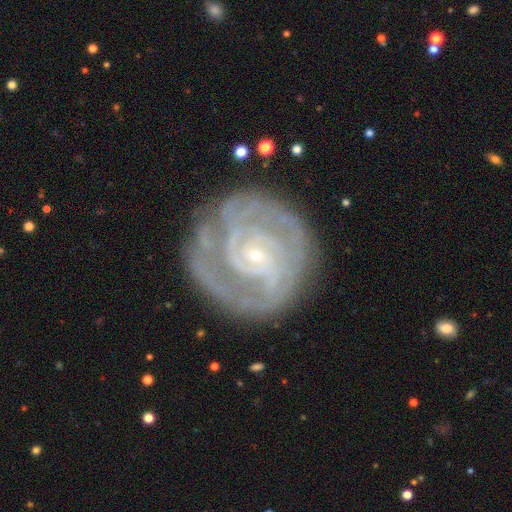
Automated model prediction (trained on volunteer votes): A featured or disk galaxy (88%) with no bar (55%), 2 (34%) tight (73%) spiral arms (97%) and a small central bulge (86%).

Vote fractions:
- Smooth or featured? featured or disk: 88% / smooth: 6% / star or artifact: 6%
- Edge-on disk? no: 97% / yes: 3%
- Bar? no: 55% / weak: 33% / strong: 13%
- Spiral arms? yes: 97% / no: 3%
- Spiral winding? tight: 73% / medium: 23% / loose: 4%
- Spiral arm count? 2: 34% / can't tell: 23% / 3: 21% / 4: 11% / more than 4: 6% / 1: 6%
- Bulge size? small: 86% / moderate: 10% / none: 2% / large: 1% / dominant: 1%
- Merging? none: 73% / minor disturbance: 17% / major disturbance: 8% / merger: 2%